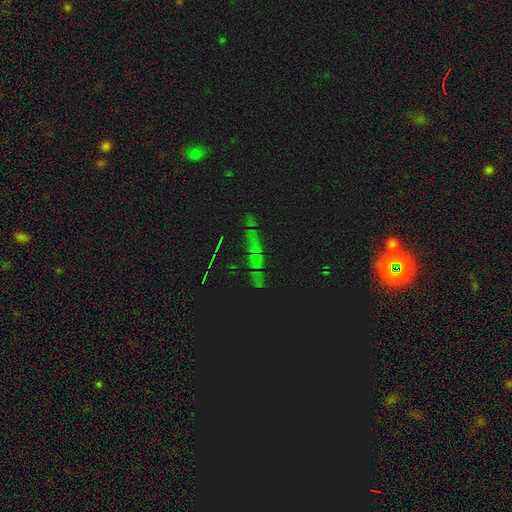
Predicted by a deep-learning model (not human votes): Smooth or featured? star or artifact (60%)